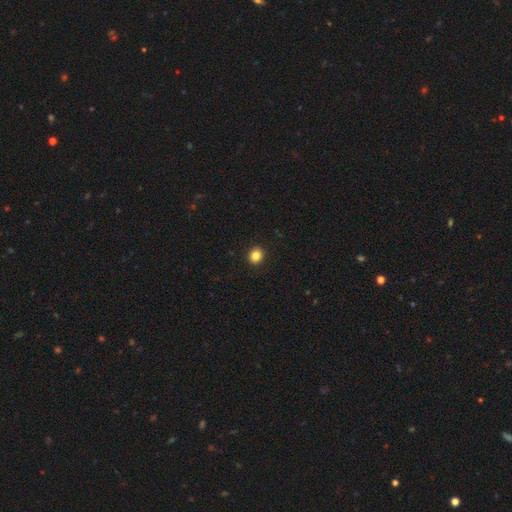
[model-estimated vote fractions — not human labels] smooth 85%, star or artifact 11%, featured or disk 4%. Down the decision tree: how rounded — round (82%); merging — none (93%).